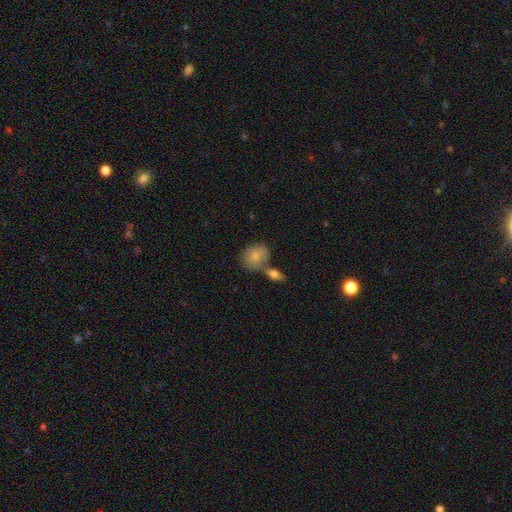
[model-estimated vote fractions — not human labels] A smooth galaxy with no disk features (80%) that is round (52%).

Vote fractions:
- Smooth or featured? smooth: 80% / featured or disk: 13% / star or artifact: 7%
- How rounded? round: 52% / in between: 47% / cigar-shaped: 1%
- Merging? none: 47% / merger: 32% / minor disturbance: 16% / major disturbance: 5%